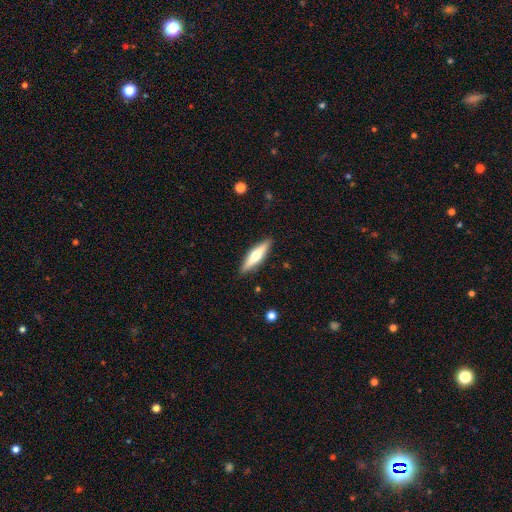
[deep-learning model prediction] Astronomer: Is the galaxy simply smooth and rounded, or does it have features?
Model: featured or disk — 49% (runner-up: smooth, 45%).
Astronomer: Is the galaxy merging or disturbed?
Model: none — 89%.